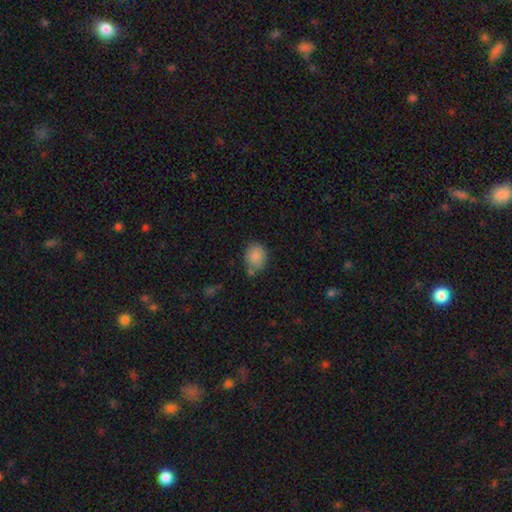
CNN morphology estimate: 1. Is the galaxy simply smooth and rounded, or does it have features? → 86% smooth, 8% star or artifact, 5% featured or disk.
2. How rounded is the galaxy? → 55% round, 44% in between, 1% cigar-shaped.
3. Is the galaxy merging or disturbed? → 67% none, 18% minor disturbance, 11% merger, 4% major disturbance.